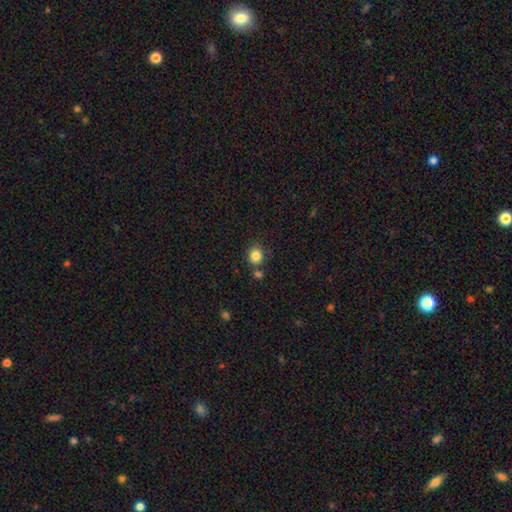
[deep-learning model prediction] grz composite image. It shows a smooth galaxy with no disk features (84%) that is round (79%). Merging: none (73%).